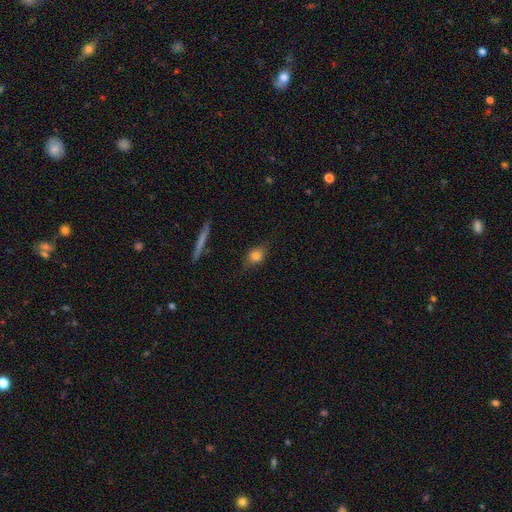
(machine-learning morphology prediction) Smooth or featured?
  - smooth: 75% *
  - featured or disk: 15%
  - star or artifact: 10%
How rounded?
  - in between: 55% *
  - round: 37%
  - cigar-shaped: 8%
Merging?
  - none: 76% *
  - minor disturbance: 18%
  - major disturbance: 4%
  - merger: 2%